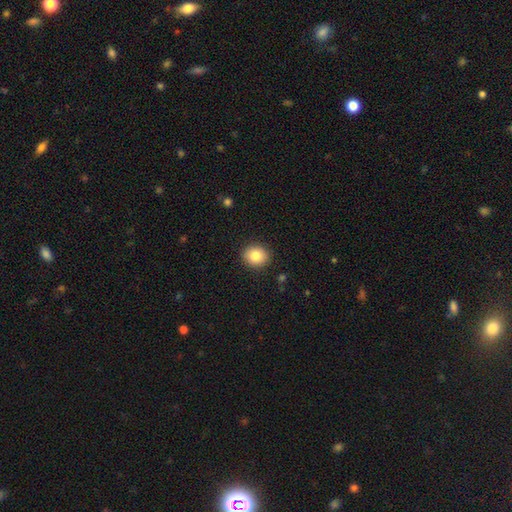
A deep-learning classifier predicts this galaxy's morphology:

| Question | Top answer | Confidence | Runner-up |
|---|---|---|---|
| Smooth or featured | smooth | 84% | star or artifact (9%) |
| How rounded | round | 74% | in between (25%) |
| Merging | none | 90% | minor disturbance (7%) |